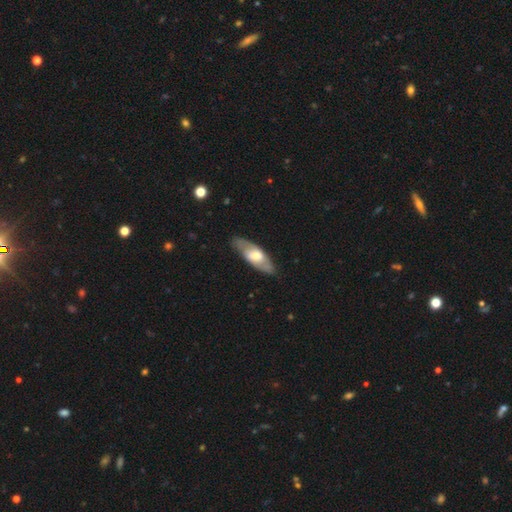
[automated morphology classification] smooth_or_featured: featured or disk (p=0.52) [alt: smooth p=0.43]
disk_edge_on: no (p=0.69) [alt: yes p=0.31]
merging: none (p=0.82) [alt: minor disturbance p=0.13]